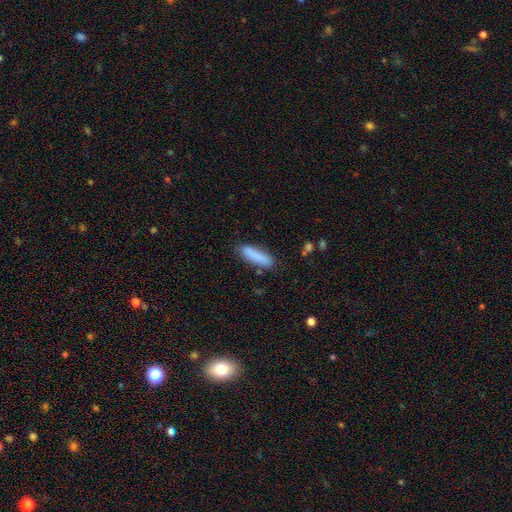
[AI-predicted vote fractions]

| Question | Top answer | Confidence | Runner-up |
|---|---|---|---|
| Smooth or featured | smooth | 86% | featured or disk (7%) |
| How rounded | cigar-shaped | 67% | in between (31%) |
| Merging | none | 83% | minor disturbance (12%) |